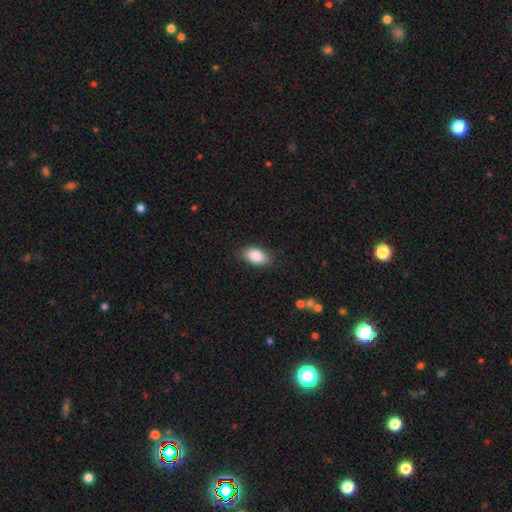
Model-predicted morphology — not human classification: This is clearly a smooth galaxy (86%). How rounded: clearly in between (93%). Merging: clearly none (85%).